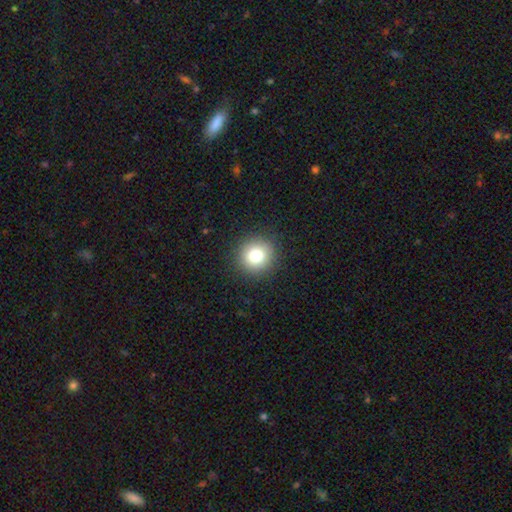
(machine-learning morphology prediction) A smooth galaxy with no disk features (79%) that is round (93%). Merging: none (91%).